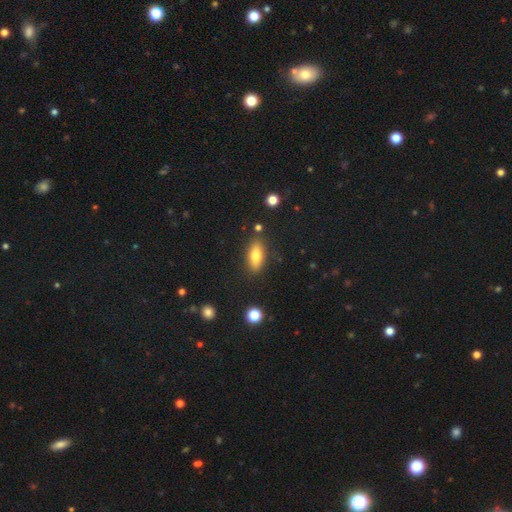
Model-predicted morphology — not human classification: Smooth or featured? Predicted: smooth (p=0.75). How rounded? Predicted: in between (p=0.79). Merging? Predicted: none (p=0.84).